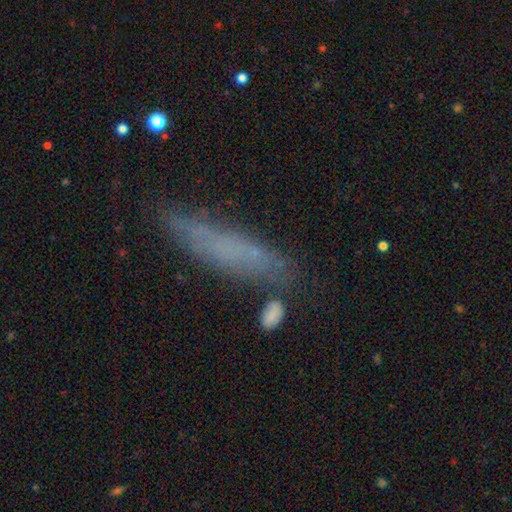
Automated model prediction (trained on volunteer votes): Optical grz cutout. It shows a smooth galaxy with no disk features (53%) that is cigar-shaped (69%). Merging: none (64%).